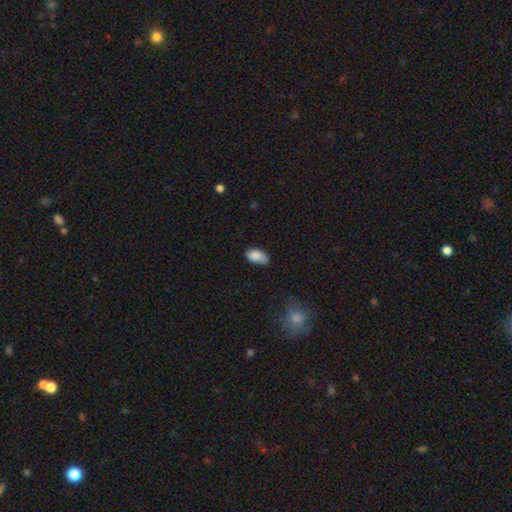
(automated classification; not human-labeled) Overall: smooth (85%). How rounded: in between (93%). Merging: none (59%; minor disturbance 32%).